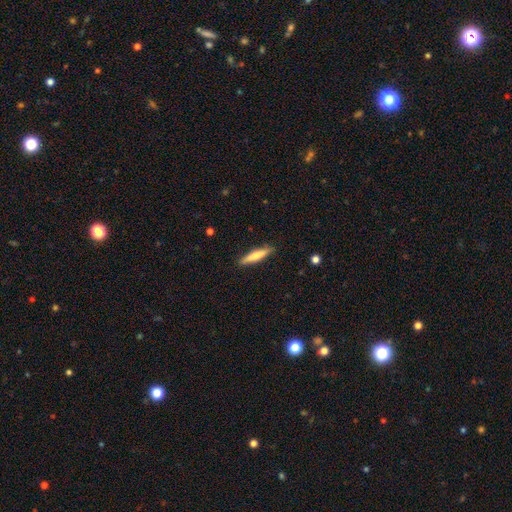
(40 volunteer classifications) Morphology: type=smooth (68%); roundness=cigar-shaped (89%); merging=none (97%).